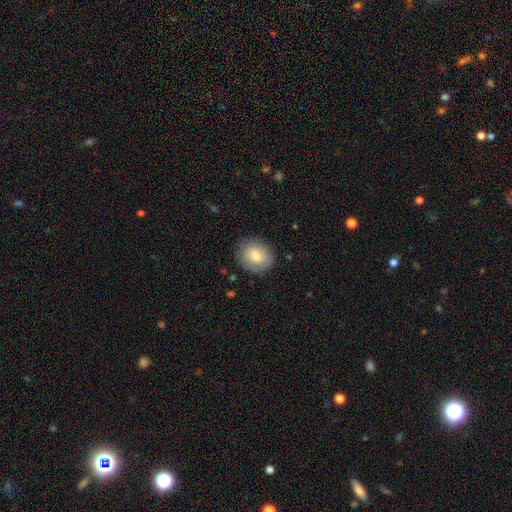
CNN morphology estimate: smooth 71%, featured or disk 22%, star or artifact 7%. Down the decision tree: how rounded — round (70%); merging — none (80%).